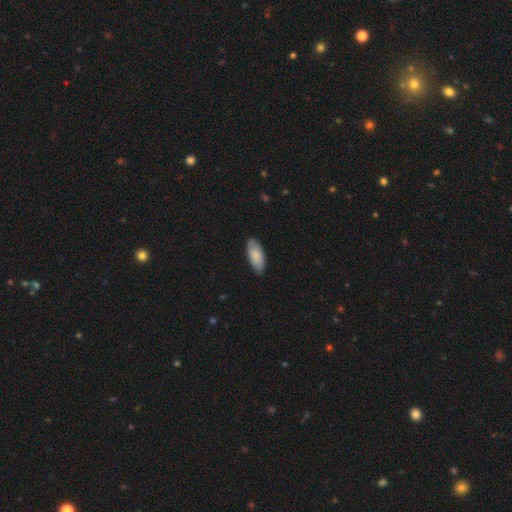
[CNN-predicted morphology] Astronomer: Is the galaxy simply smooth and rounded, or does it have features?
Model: smooth — 83%.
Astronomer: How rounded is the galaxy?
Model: in between — 87%.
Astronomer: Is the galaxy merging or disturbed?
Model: none — 82%.